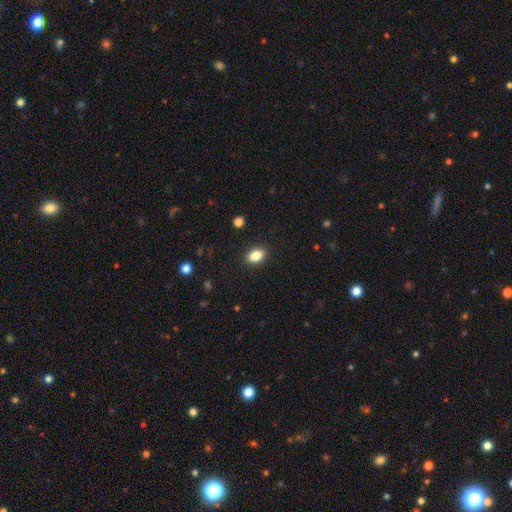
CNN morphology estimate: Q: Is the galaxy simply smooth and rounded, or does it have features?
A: smooth — 85%.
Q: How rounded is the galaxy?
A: in between — 83%.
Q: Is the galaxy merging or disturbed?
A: none — 89%.